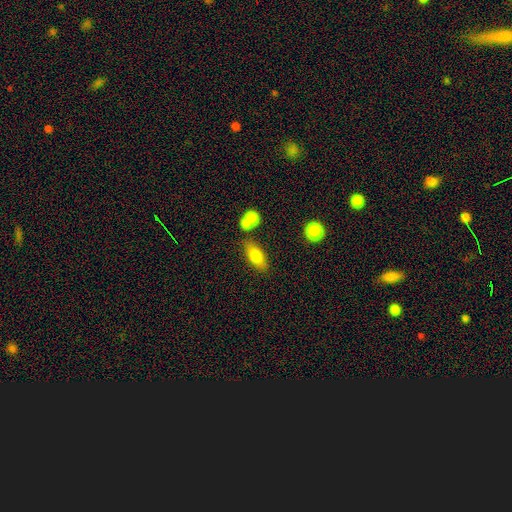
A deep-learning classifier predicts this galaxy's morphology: Smooth or featured: smooth — 75% (featured or disk — 17%)
How rounded: in between — 80% (cigar-shaped — 16%)
Merging: none — 71% (merger — 13%)